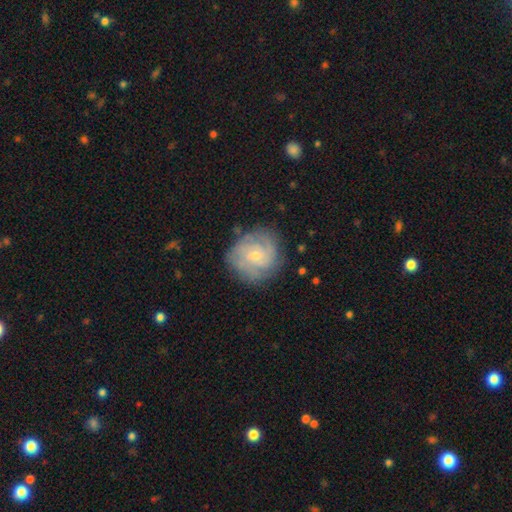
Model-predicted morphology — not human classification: smooth_or_featured: featured or disk (p=0.74) [alt: smooth p=0.19]
disk_edge_on: no (p=0.98) [alt: yes p=0.02]
bar: no (p=0.70) [alt: weak p=0.27]
has_spiral_arms: yes (p=0.93) [alt: no p=0.07]
spiral_winding: tight (p=0.65) [alt: medium p=0.27]
spiral_arm_count: can't tell (p=0.35) [alt: 3 p=0.22]
bulge_size: small (p=0.70) [alt: moderate p=0.26]
merging: none (p=0.79) [alt: minor disturbance p=0.15]